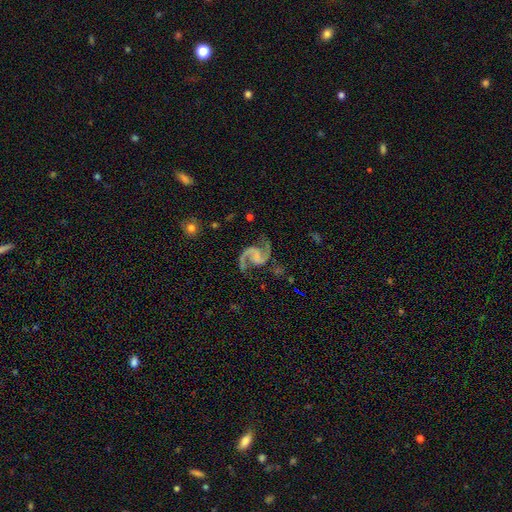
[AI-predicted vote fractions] Smooth or featured?
  - featured or disk: 93% *
  - star or artifact: 4%
  - smooth: 3%
Edge-on disk?
  - no: 98% *
  - yes: 2%
Bar?
  - weak: 41% *
  - no: 38%
  - strong: 21%
Spiral arms?
  - yes: 98% *
  - no: 2%
Spiral winding?
  - medium: 52% *
  - loose: 39%
  - tight: 8%
Spiral arm count?
  - 2: 94% *
  - 1: 1%
  - can't tell: 1%
  - 3: 1%
  - 4: 1%
  - more than 4: 1%
Bulge size?
  - none: 64% *
  - small: 20%
  - moderate: 11%
  - large: 3%
  - dominant: 1%
Merging?
  - none: 74% *
  - minor disturbance: 15%
  - major disturbance: 9%
  - merger: 2%